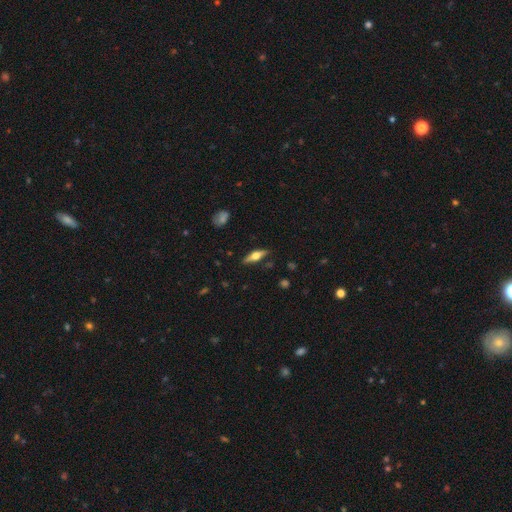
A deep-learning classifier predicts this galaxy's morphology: A featured or disk galaxy (56%) viewed edge-on (93%) with a rounded central bulge (93%). Merging: none (86%).